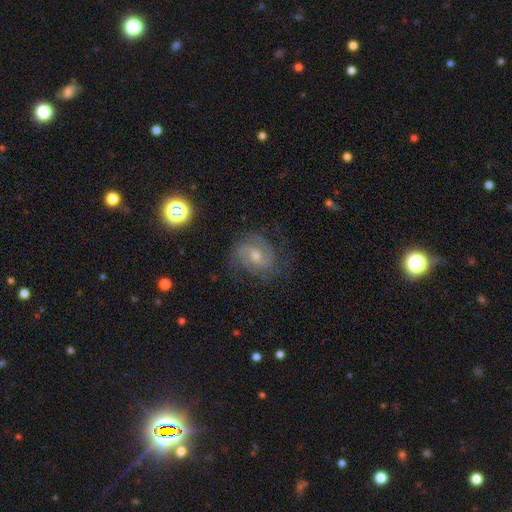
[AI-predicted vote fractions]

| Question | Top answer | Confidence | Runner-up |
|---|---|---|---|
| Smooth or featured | featured or disk | 78% | smooth (12%) |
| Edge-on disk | no | 97% | yes (3%) |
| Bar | no | 46% | weak (44%) |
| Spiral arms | yes | 95% | no (5%) |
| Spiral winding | tight | 45% | medium (43%) |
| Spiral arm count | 2 | 46% | can't tell (22%) |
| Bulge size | moderate | 55% | small (41%) |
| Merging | none | 73% | minor disturbance (17%) |